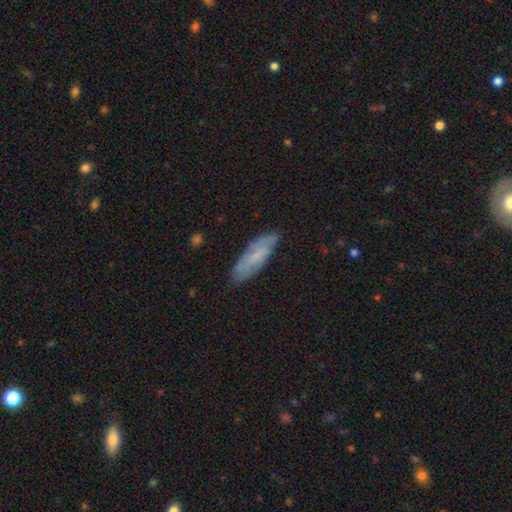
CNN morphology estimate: smooth 56%, featured or disk 37%, star or artifact 7%. Down the decision tree: how rounded — in between (50%); merging — none (78%).